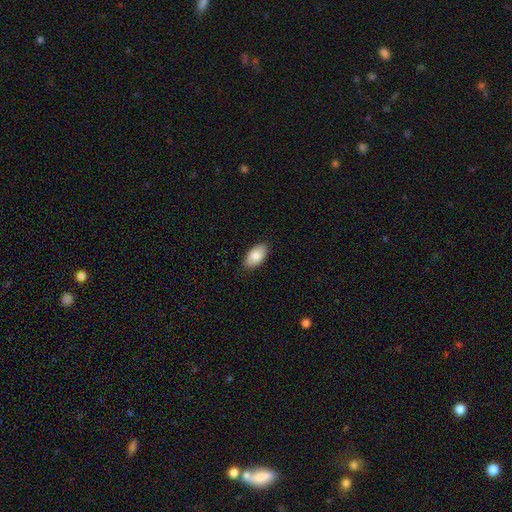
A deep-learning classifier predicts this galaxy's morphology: Smooth or featured? smooth (83%)
How rounded? in between (95%)
Merging? none (88%)